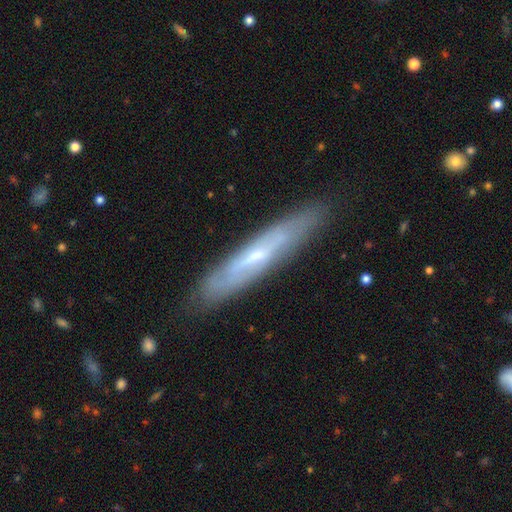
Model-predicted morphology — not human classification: Smooth or featured?
  - featured or disk: 60% *
  - smooth: 33%
  - star or artifact: 7%
Edge-on disk?
  - yes: 65% *
  - no: 35%
Merging?
  - none: 84% *
  - minor disturbance: 12%
  - major disturbance: 3%
  - merger: 1%